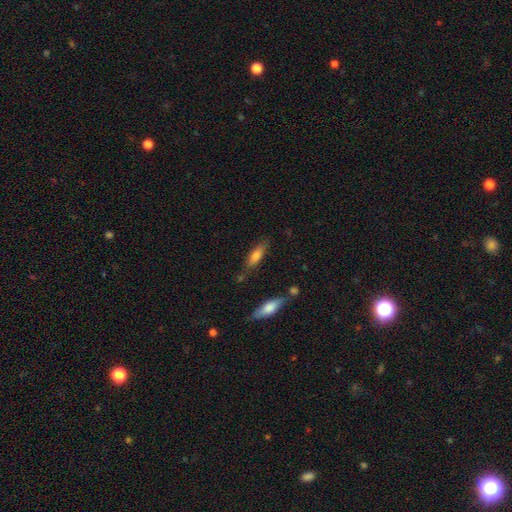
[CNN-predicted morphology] Smooth or featured?
  - smooth: 67% *
  - featured or disk: 26%
  - star or artifact: 7%
How rounded?
  - cigar-shaped: 56% *
  - in between: 42%
  - round: 2%
Merging?
  - none: 75% *
  - minor disturbance: 16%
  - merger: 6%
  - major disturbance: 4%